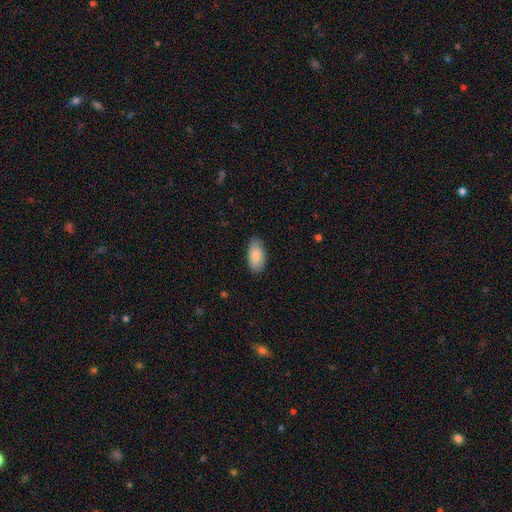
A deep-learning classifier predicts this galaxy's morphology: Smooth or featured: smooth — 85% (featured or disk — 9%)
How rounded: in between — 94% (cigar-shaped — 4%)
Merging: none — 83% (minor disturbance — 13%)